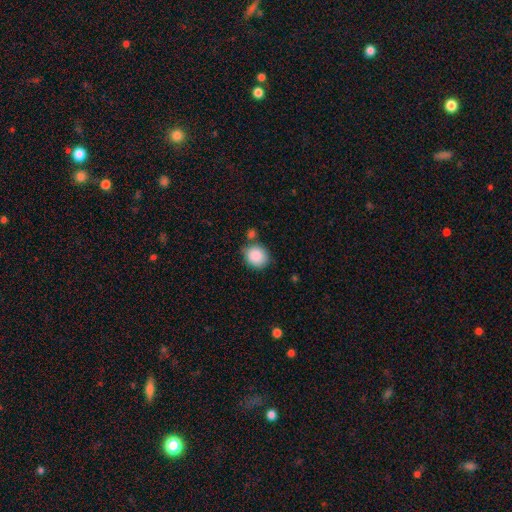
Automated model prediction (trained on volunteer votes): A smooth galaxy with no disk features (88%) that is round (74%). Merging: none (69%).